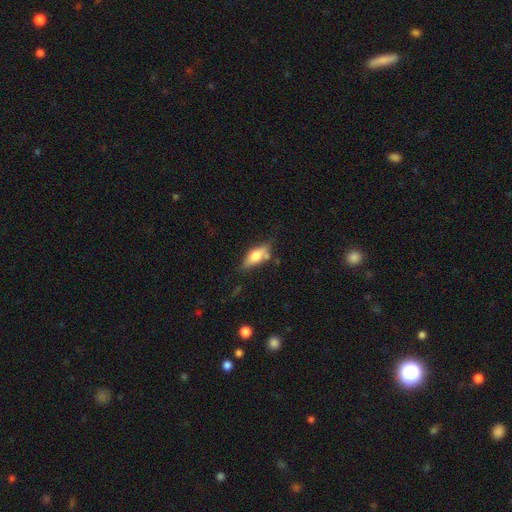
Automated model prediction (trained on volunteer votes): A smooth galaxy with no disk features (62%) that is in between round and cigar-shaped (73%).

Vote fractions:
- Smooth or featured? smooth: 62% / featured or disk: 31% / star or artifact: 7%
- How rounded? in between: 73% / cigar-shaped: 24% / round: 4%
- Merging? none: 63% / minor disturbance: 23% / merger: 8% / major disturbance: 6%